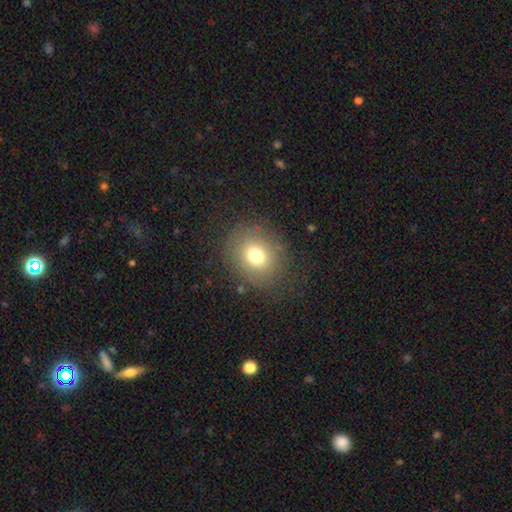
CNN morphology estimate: Smooth or featured?
  - smooth: 72% *
  - star or artifact: 14%
  - featured or disk: 14%
How rounded?
  - round: 72% *
  - in between: 27%
  - cigar-shaped: 1%
Merging?
  - none: 80% *
  - minor disturbance: 12%
  - major disturbance: 7%
  - merger: 1%